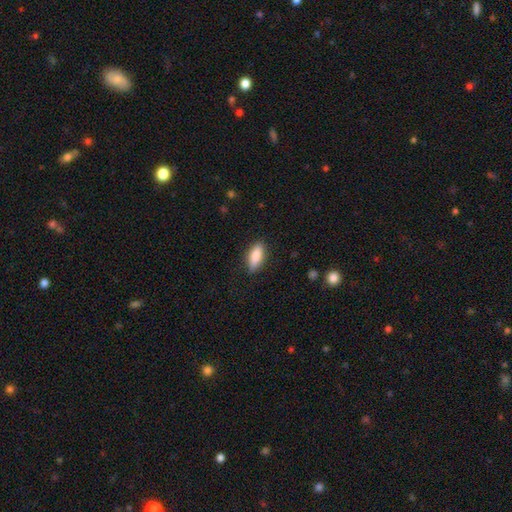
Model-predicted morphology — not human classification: Q: Smooth or featured?
A: smooth (80%); runner-up: featured or disk (14%)
Q: How rounded?
A: in between (68%); runner-up: cigar-shaped (29%)
Q: Merging?
A: none (85%); runner-up: minor disturbance (11%)